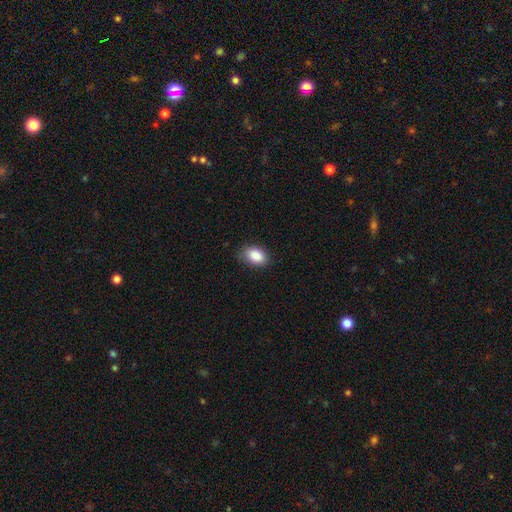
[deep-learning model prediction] This appears to be a smooth galaxy with no disk features (87%) that is in between round and cigar-shaped (83%). Merging: none (75%).